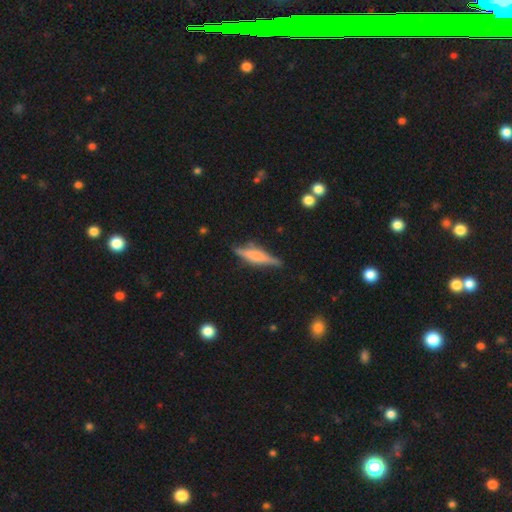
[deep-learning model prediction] Q: Smooth or featured?
A: featured or disk (61%); runner-up: smooth (32%)
Q: Edge-on disk?
A: yes (95%); runner-up: no (5%)
Q: Edge-on bulge?
A: rounded (61%); runner-up: boxy (26%)
Q: Merging?
A: none (81%); runner-up: minor disturbance (14%)